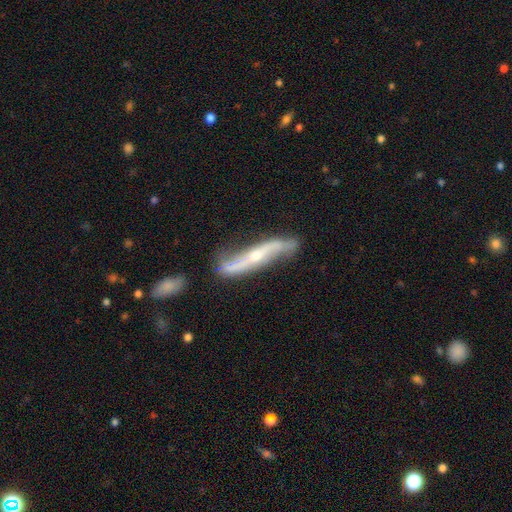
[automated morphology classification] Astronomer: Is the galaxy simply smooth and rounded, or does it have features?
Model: featured or disk — 80%.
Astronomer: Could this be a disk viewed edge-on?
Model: no — 58% (runner-up: yes, 42%).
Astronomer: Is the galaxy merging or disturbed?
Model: none — 66%.